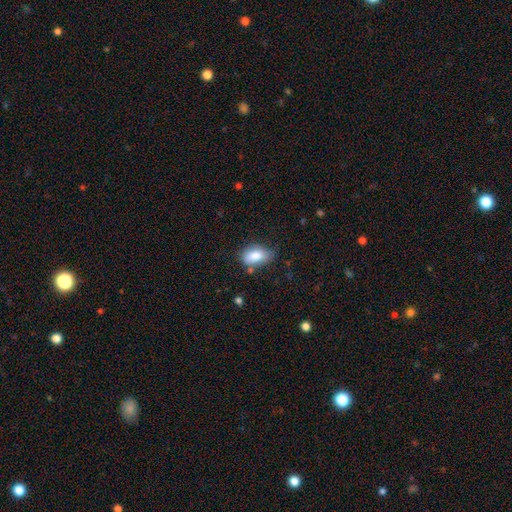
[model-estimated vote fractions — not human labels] smooth-or-featured: smooth: 81% | featured or disk: 12% | star or artifact: 7%
  how-rounded: in between: 90% | round: 7% | cigar-shaped: 2%
  merging: none: 62% | minor disturbance: 27% | major disturbance: 6% | merger: 5%